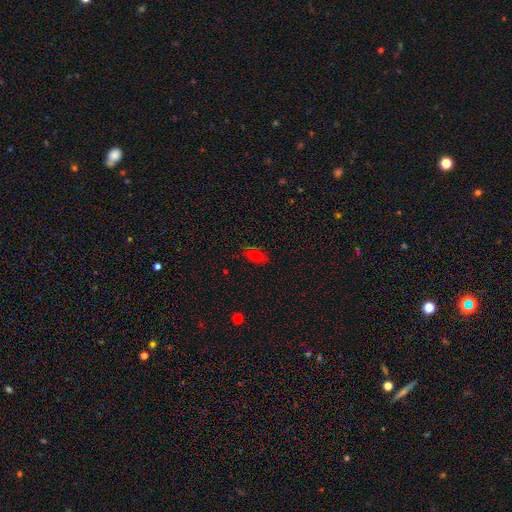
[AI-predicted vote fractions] The model was most divided on "smooth or featured": smooth: 71%, star or artifact: 15%, featured or disk: 15%. More confident: how rounded — in between (83%); merging — none (81%).